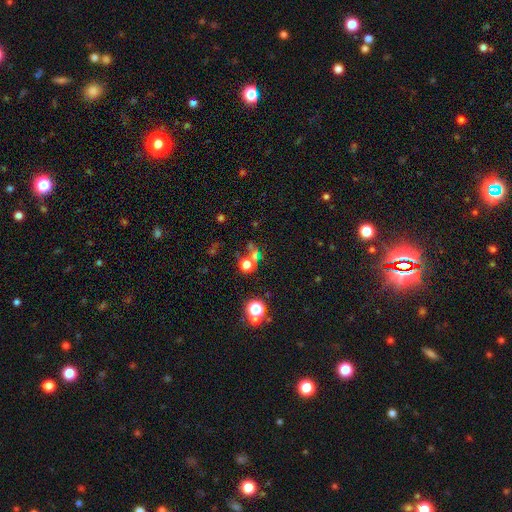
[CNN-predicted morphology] Smooth or featured?
  - smooth: 54% *
  - star or artifact: 34%
  - featured or disk: 12%
How rounded?
  - round: 80% *
  - in between: 18%
  - cigar-shaped: 2%
Merging?
  - none: 52% *
  - merger: 31%
  - minor disturbance: 10%
  - major disturbance: 8%